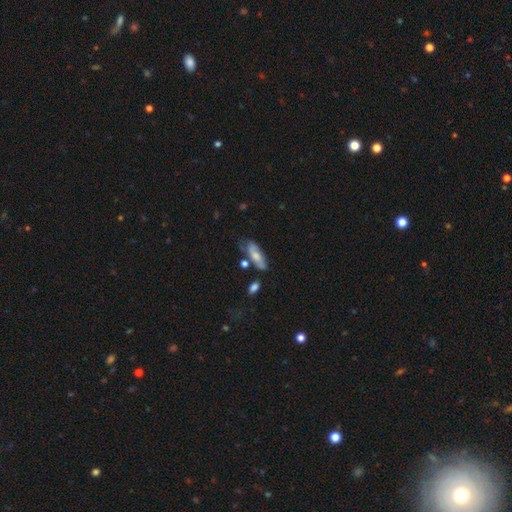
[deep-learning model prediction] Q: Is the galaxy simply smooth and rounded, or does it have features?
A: smooth — 60%.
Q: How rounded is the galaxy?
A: in between — 68%.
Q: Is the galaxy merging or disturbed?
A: none — 51%.